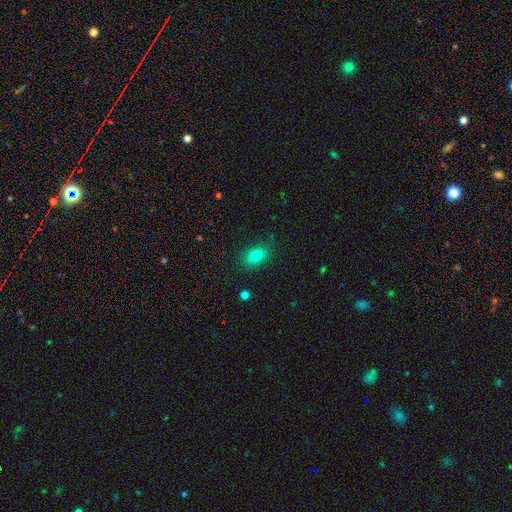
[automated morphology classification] type=smooth (80%); roundness=in between (75%); merging=none (82%).